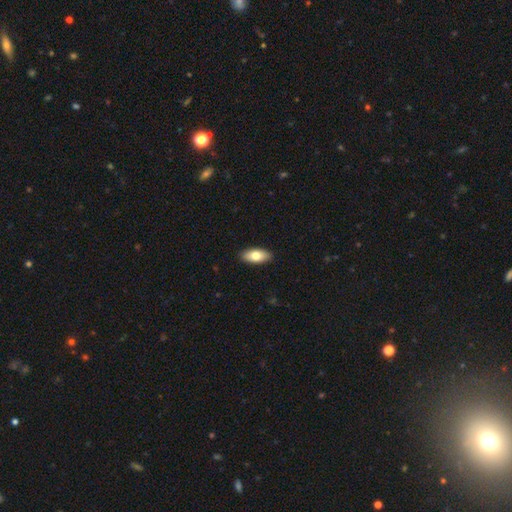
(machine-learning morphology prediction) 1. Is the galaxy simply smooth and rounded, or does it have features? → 76% smooth, 18% featured or disk, 6% star or artifact.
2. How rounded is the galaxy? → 88% in between, 9% cigar-shaped, 3% round.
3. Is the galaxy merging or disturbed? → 90% none, 7% minor disturbance, 2% major disturbance, 1% merger.